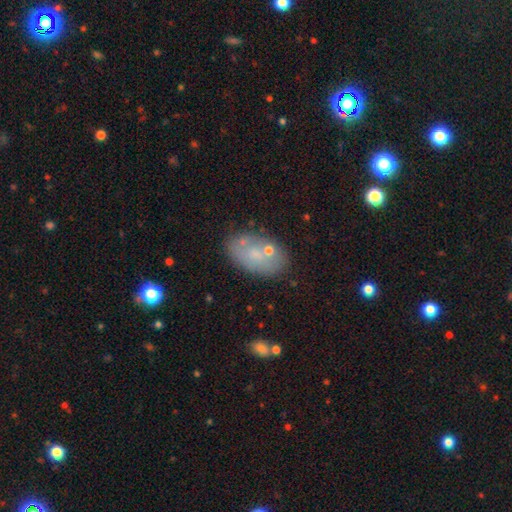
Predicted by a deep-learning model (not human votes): Q: Smooth or featured?
A: smooth (60%); runner-up: featured or disk (30%)
Q: How rounded?
A: in between (91%); runner-up: round (7%)
Q: Merging?
A: none (66%); runner-up: minor disturbance (18%)